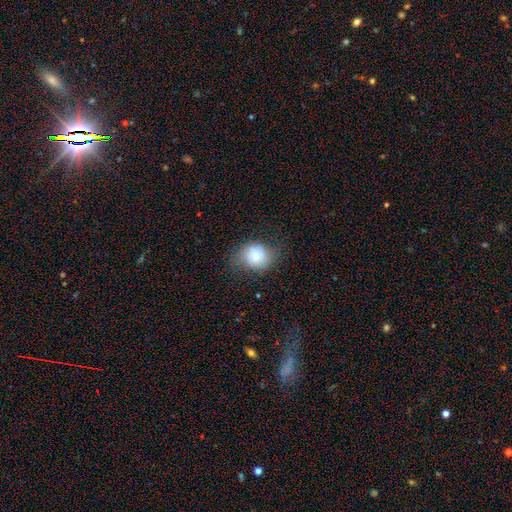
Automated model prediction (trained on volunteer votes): Smooth or featured?
  - smooth: 74% *
  - featured or disk: 17%
  - star or artifact: 9%
How rounded?
  - round: 65% *
  - in between: 34%
  - cigar-shaped: 1%
Merging?
  - none: 59% *
  - minor disturbance: 27%
  - major disturbance: 13%
  - merger: 1%